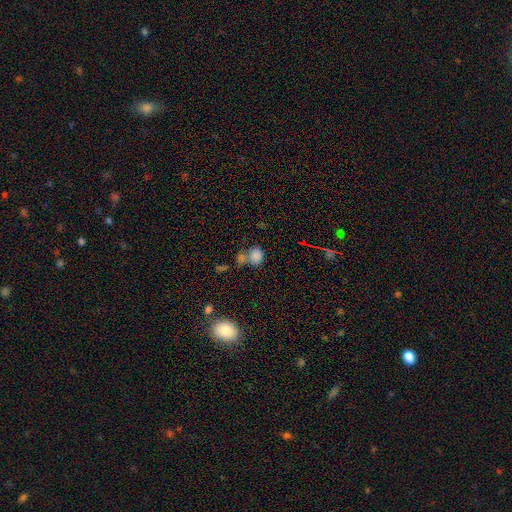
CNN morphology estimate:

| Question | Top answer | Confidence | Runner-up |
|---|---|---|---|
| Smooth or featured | smooth | 79% | star or artifact (14%) |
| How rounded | round | 64% | in between (34%) |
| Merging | none | 42% | merger (40%) |